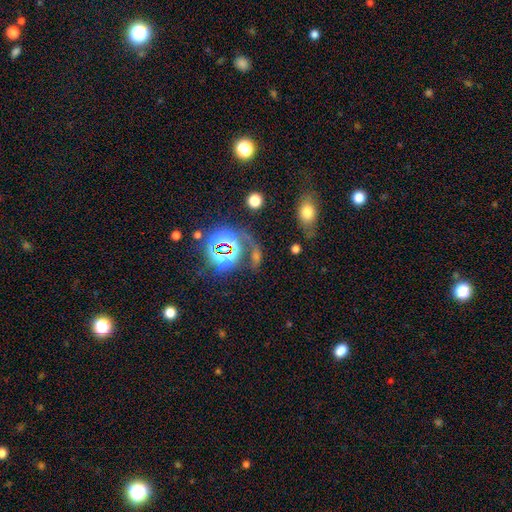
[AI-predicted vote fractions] A star or artifact, not a galaxy (54%).

Vote fractions:
- Smooth or featured? star or artifact: 54% / smooth: 26% / featured or disk: 20%